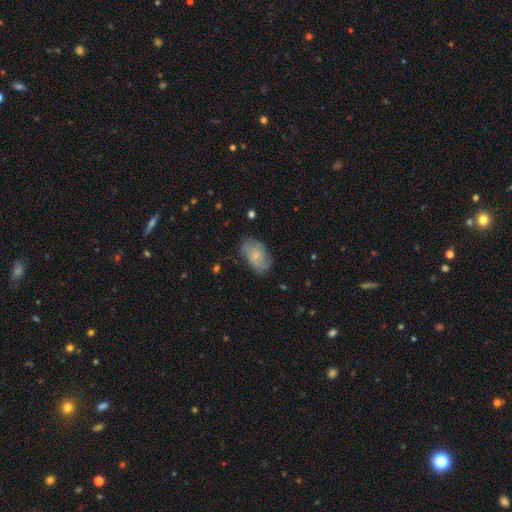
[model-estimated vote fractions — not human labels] Smooth or featured? smooth (60%)
How rounded? in between (91%)
Merging? none (67%)